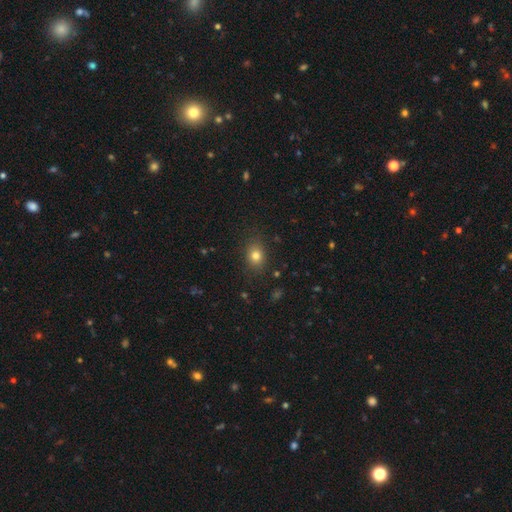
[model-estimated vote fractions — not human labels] Overall: smooth (79%). How rounded: in between (56%; round 43%). Merging: none (84%).